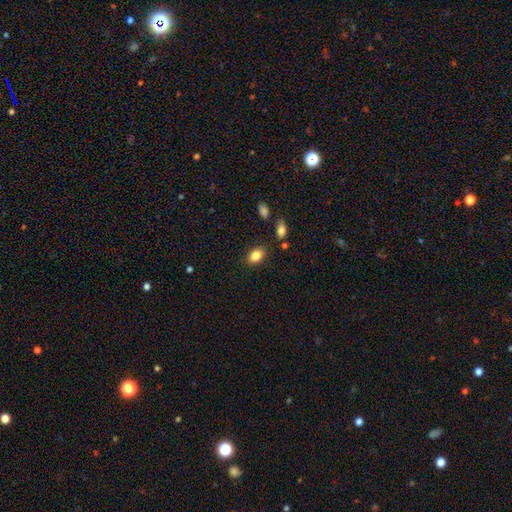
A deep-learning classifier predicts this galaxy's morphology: The model was most divided on "how rounded": in between: 80%, round: 19%, cigar-shaped: 1%. More confident: smooth or featured — smooth (84%); merging — none (84%).